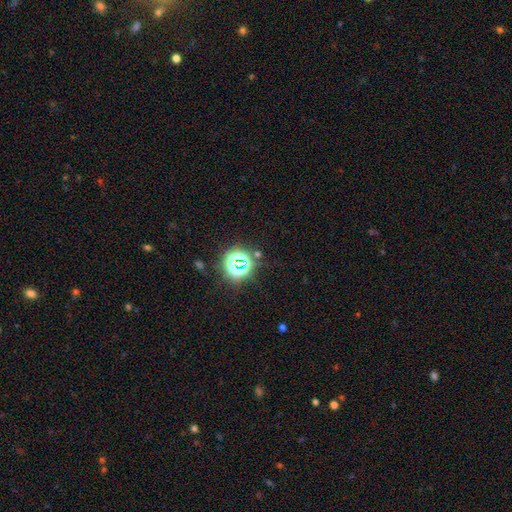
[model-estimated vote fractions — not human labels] smooth_or_featured: star or artifact (p=0.75) [alt: smooth p=0.17]